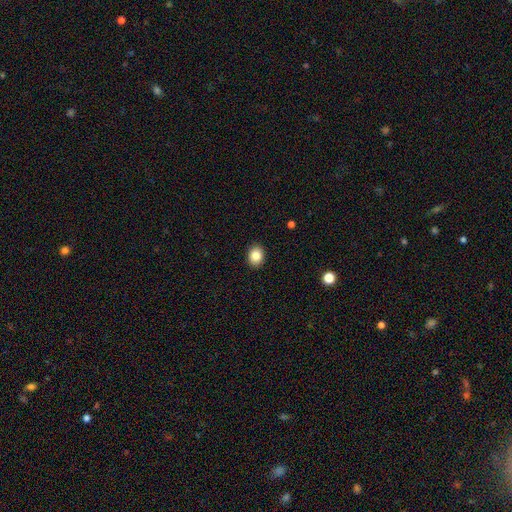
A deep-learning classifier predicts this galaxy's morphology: smooth 85%, star or artifact 9%, featured or disk 6%. Down the decision tree: how rounded — round (50%); merging — none (91%).